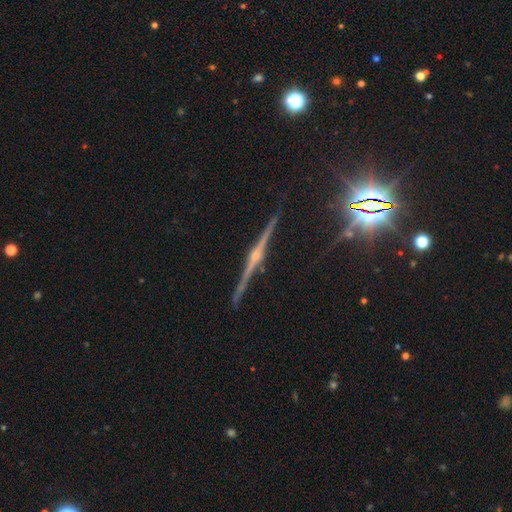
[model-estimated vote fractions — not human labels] Morphology: type=featured or disk (84%); edge-on=yes (98%); edge-on bulge=rounded (88%); merging=none (92%).